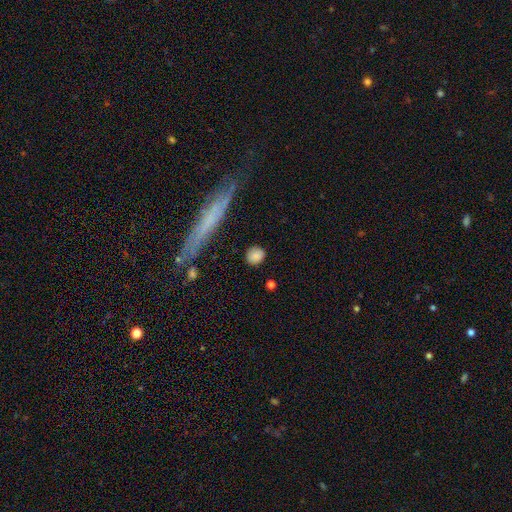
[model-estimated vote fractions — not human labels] smooth_or_featured: smooth (p=0.84) [alt: star or artifact p=0.08]
how_rounded: round (p=0.82) [alt: in between p=0.14]
merging: none (p=0.83) [alt: minor disturbance p=0.11]